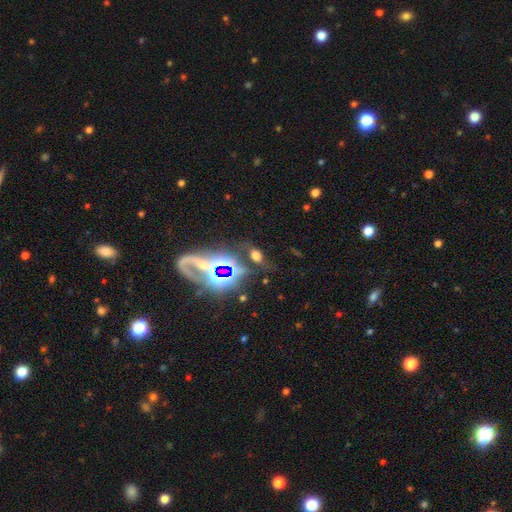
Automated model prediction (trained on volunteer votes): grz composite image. It shows a smooth galaxy with no disk features (44%). Merging: none (58%).